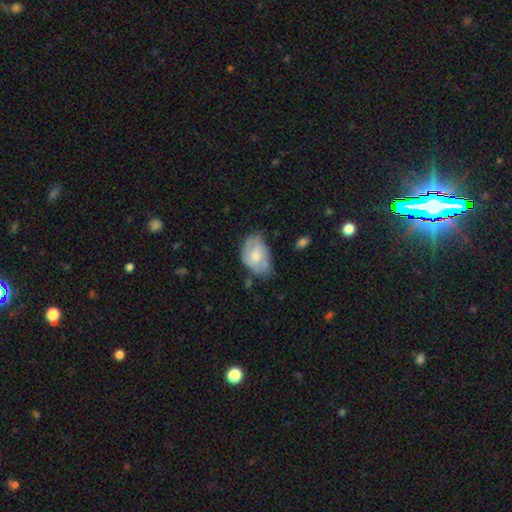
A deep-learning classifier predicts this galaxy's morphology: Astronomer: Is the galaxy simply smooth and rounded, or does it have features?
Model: featured or disk — 58% (runner-up: smooth, 35%).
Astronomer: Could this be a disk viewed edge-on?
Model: no — 97%.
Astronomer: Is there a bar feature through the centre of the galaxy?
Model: no — 61%.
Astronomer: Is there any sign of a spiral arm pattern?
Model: yes — 77%.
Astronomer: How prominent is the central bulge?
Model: moderate — 45% (runner-up: small, 44%).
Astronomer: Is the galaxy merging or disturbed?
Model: none — 58%.